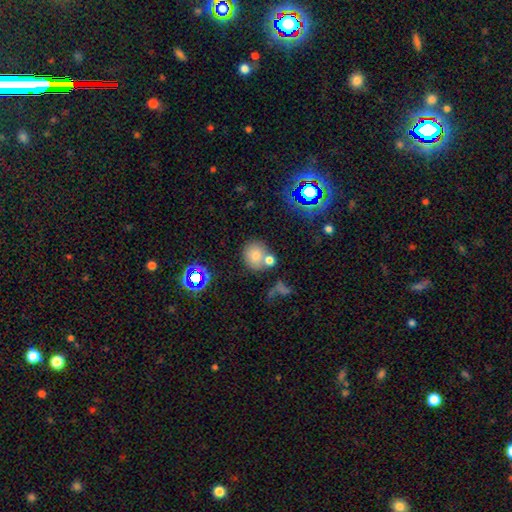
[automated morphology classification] smooth-or-featured: smooth: 73% | star or artifact: 16% | featured or disk: 12%
  how-rounded: round: 80% | in between: 19% | cigar-shaped: 1%
  merging: none: 56% | merger: 29% | minor disturbance: 11% | major disturbance: 5%